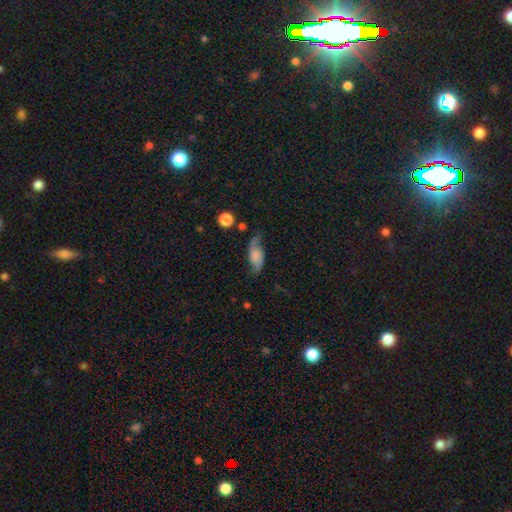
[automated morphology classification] featured or disk 58%, smooth 32%, star or artifact 10%. Down the decision tree: edge-on disk — no (91%); bar — no (64%); spiral arms — yes (91%); bulge size — none (52%); merging — none (61%).